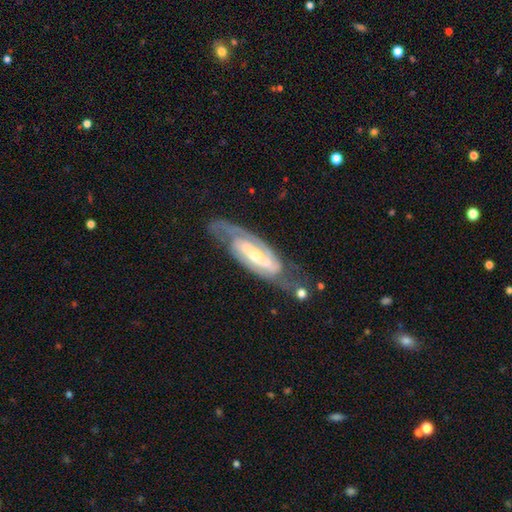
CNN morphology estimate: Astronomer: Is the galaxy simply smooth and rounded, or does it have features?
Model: featured or disk — 88%.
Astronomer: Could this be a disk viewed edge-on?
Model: no — 91%.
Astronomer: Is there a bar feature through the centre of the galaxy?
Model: strong — 60%.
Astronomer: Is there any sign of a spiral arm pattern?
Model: yes — 95%.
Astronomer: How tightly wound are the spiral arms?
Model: tight — 47% (runner-up: medium, 42%).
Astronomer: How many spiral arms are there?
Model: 2 — 85%.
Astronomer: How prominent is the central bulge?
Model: small — 52% (runner-up: moderate, 40%).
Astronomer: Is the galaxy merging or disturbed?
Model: none — 66%.